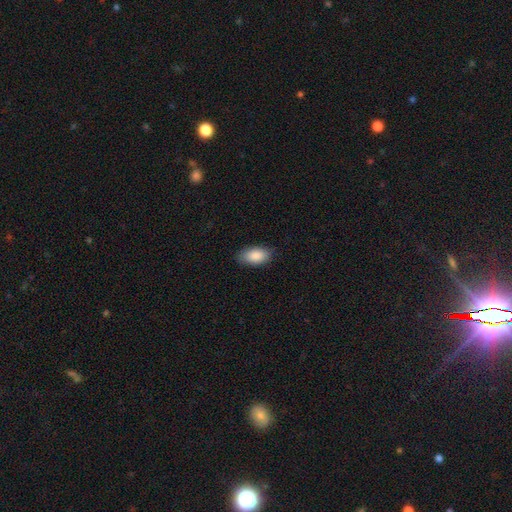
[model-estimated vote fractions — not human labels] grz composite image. It shows a smooth galaxy with no disk features (89%) that is in between round and cigar-shaped (94%). Merging: none (83%).